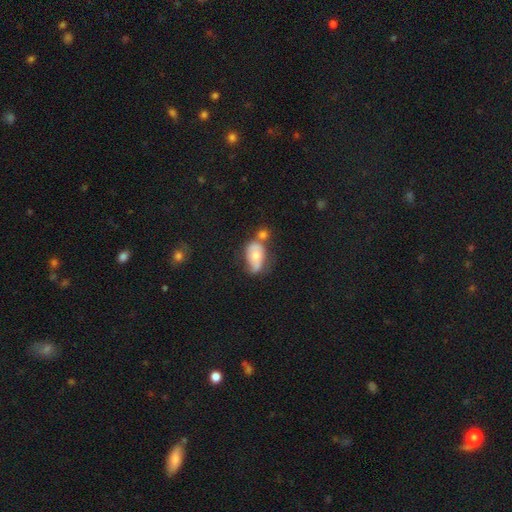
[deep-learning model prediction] Smooth or featured? Predicted: smooth (p=0.55). How rounded? Predicted: in between (p=0.88). Merging? Predicted: merger (p=0.35).